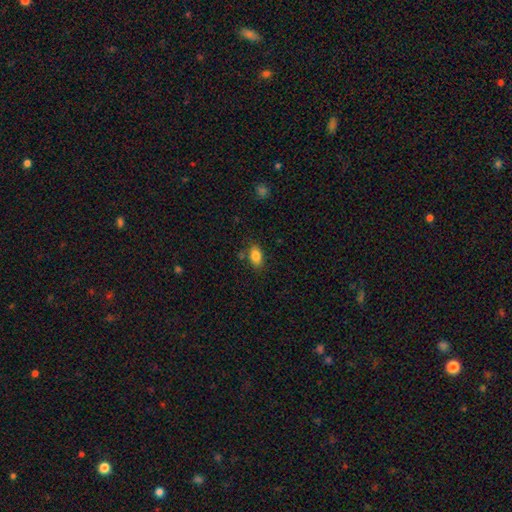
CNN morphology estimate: type=smooth (84%); roundness=in between (88%); merging=none (78%).